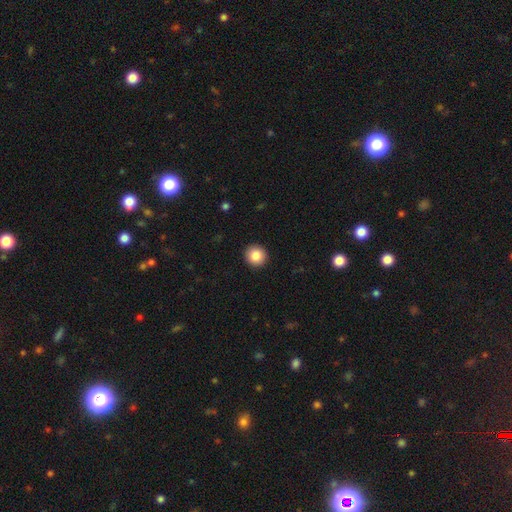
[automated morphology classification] This appears to be a smooth galaxy with no disk features (86%) that is round (93%). Merging: none (93%).